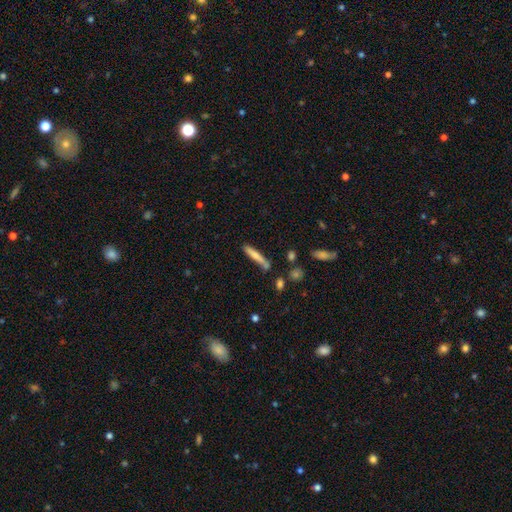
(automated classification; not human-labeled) A smooth galaxy with no disk features (66%) that is cigar-shaped (91%).

Vote fractions:
- Smooth or featured? smooth: 66% / featured or disk: 27% / star or artifact: 7%
- How rounded? cigar-shaped: 91% / in between: 8% / round: 1%
- Merging? none: 72% / minor disturbance: 17% / merger: 8% / major disturbance: 4%